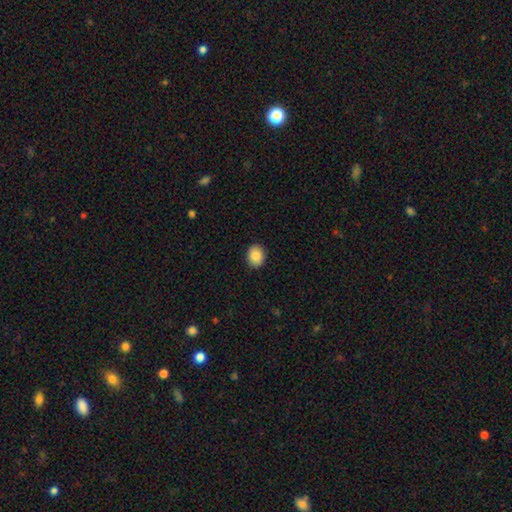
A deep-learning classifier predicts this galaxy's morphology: smooth 88%, star or artifact 8%, featured or disk 4%. Down the decision tree: how rounded — round (56%); merging — none (90%).